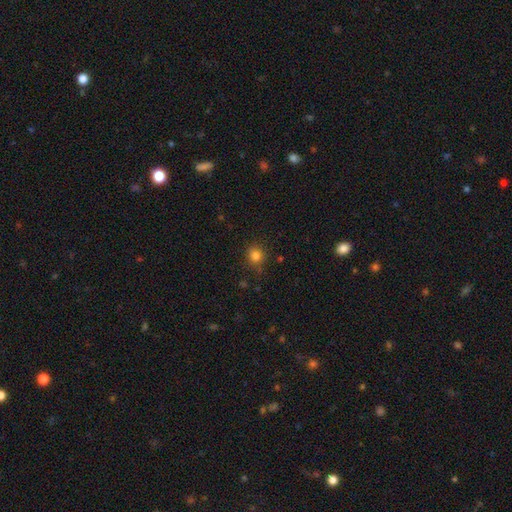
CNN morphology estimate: smooth-or-featured: smooth: 81% | star or artifact: 14% | featured or disk: 5%
  how-rounded: round: 87% | in between: 12% | cigar-shaped: 1%
  merging: none: 82% | minor disturbance: 13% | major disturbance: 3% | merger: 2%